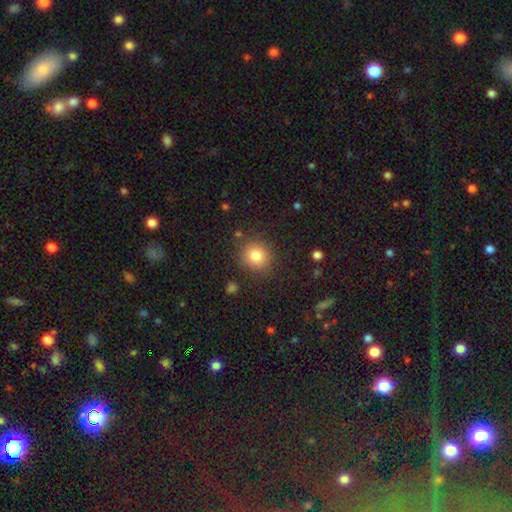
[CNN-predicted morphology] A smooth galaxy with no disk features (81%) that is round (88%).

Vote fractions:
- Smooth or featured? smooth: 81% / star or artifact: 12% / featured or disk: 7%
- How rounded? round: 88% / in between: 11% / cigar-shaped: 1%
- Merging? none: 86% / minor disturbance: 9% / major disturbance: 3% / merger: 2%